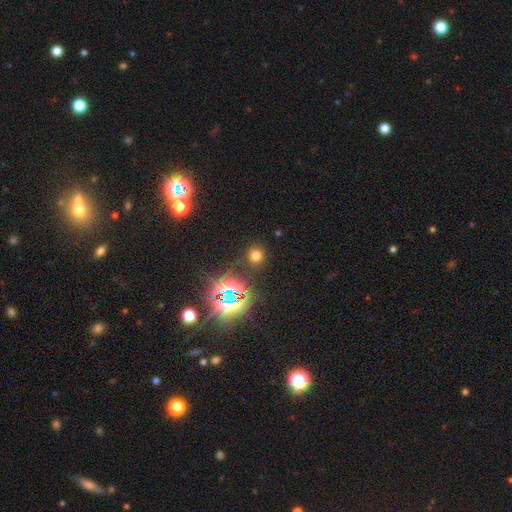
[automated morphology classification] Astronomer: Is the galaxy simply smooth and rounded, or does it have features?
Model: smooth — 61%.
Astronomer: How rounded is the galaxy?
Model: round — 91%.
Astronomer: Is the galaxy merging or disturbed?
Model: none — 87%.